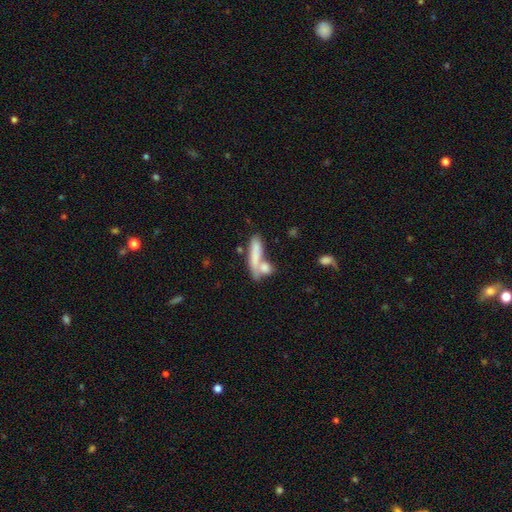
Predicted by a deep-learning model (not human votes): smooth-or-featured: smooth: 72% | featured or disk: 20% | star or artifact: 8%
  how-rounded: cigar-shaped: 67% | in between: 29% | round: 4%
  merging: merger: 42% | none: 39% | minor disturbance: 12% | major disturbance: 7%